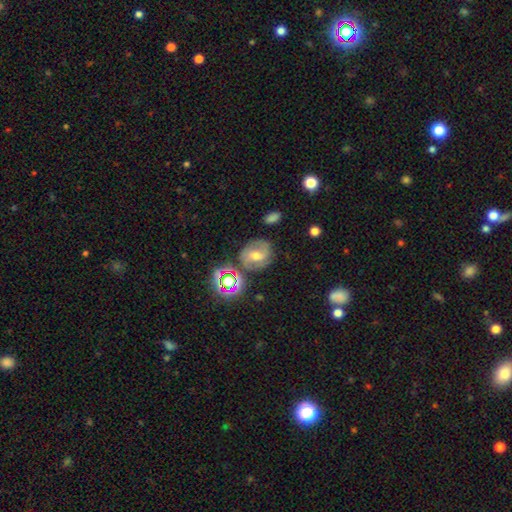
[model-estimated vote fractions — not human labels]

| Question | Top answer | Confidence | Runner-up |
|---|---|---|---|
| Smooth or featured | featured or disk | 53% | smooth (27%) |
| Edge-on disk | no | 96% | yes (4%) |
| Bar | weak | 44% | strong (28%) |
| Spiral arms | yes | 82% | no (18%) |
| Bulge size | moderate | 67% | small (25%) |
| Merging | none | 71% | minor disturbance (16%) |